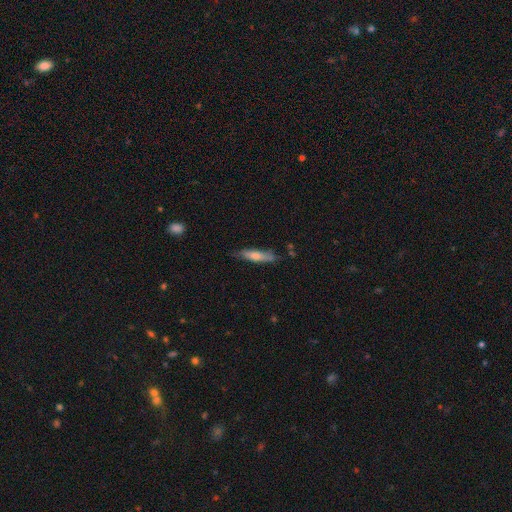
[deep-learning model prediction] Overall: smooth (61%; featured or disk 33%). How rounded: cigar-shaped (81%). Merging: none (75%).